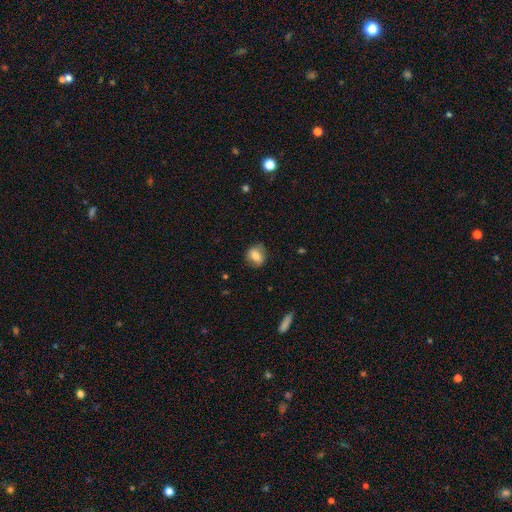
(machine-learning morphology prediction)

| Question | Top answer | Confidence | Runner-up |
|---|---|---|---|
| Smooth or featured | smooth | 69% | featured or disk (22%) |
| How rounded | round | 53% | in between (45%) |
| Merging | none | 77% | minor disturbance (17%) |